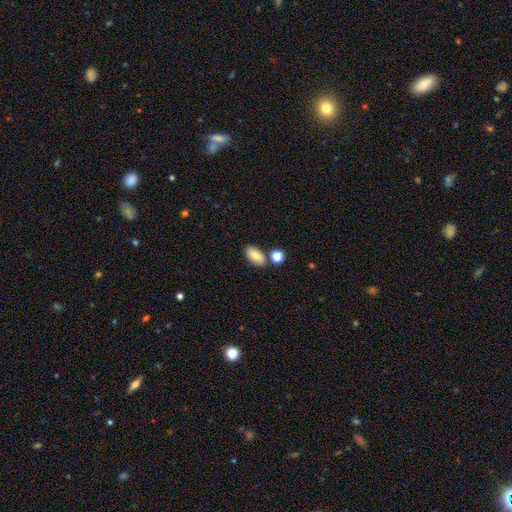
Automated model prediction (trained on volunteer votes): The model was most divided on "merging": none: 77%, merger: 10%, minor disturbance: 10%, major disturbance: 3%. More confident: how rounded — in between (91%); smooth or featured — smooth (83%).